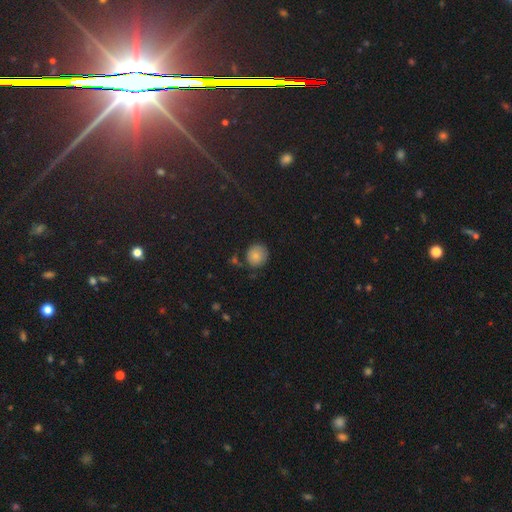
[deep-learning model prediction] Overall: smooth (81%). How rounded: round (87%). Merging: none (76%).